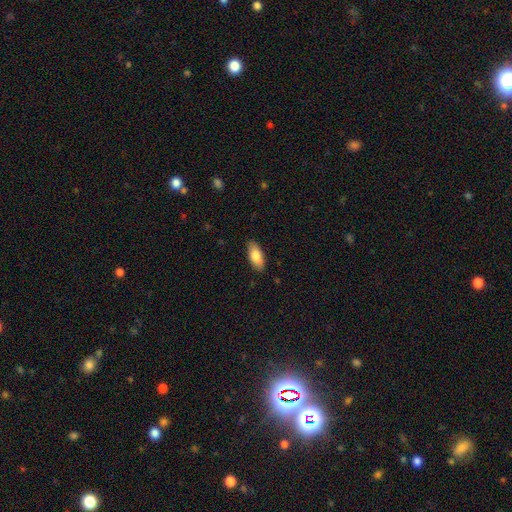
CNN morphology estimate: Smooth or featured? Predicted: smooth (p=0.82). How rounded? Predicted: in between (p=0.86). Merging? Predicted: none (p=0.87).